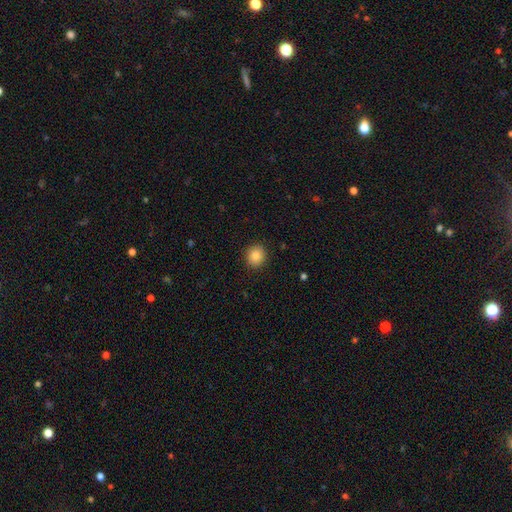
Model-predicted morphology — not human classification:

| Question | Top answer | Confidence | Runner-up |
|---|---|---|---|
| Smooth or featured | smooth | 85% | star or artifact (9%) |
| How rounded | round | 82% | in between (17%) |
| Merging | none | 91% | minor disturbance (6%) |